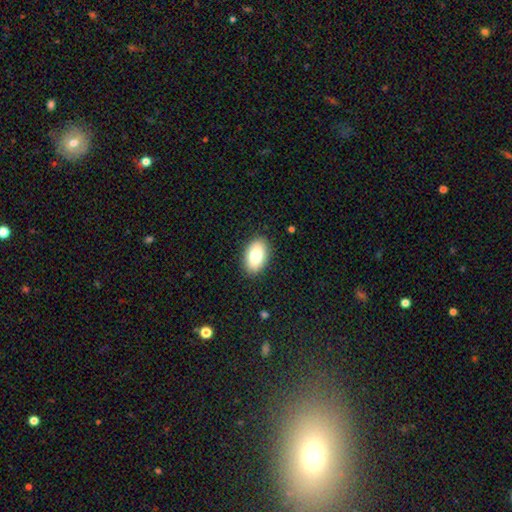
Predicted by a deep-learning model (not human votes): Smooth or featured: smooth — 79% (featured or disk — 14%)
How rounded: in between — 91% (round — 8%)
Merging: none — 88% (minor disturbance — 9%)